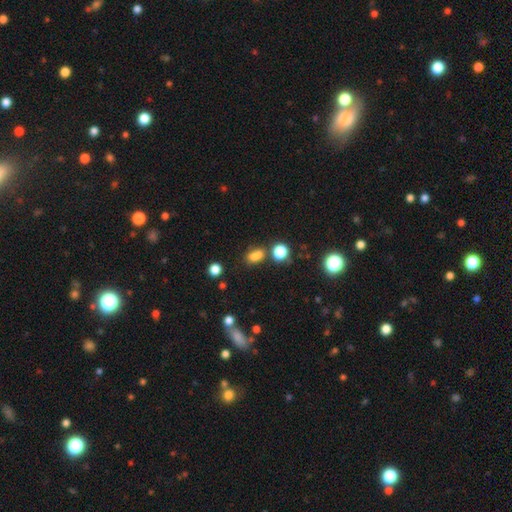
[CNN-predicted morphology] Overall: smooth (74%). How rounded: in between (66%; round 30%). Merging: none (51%; merger 27%).